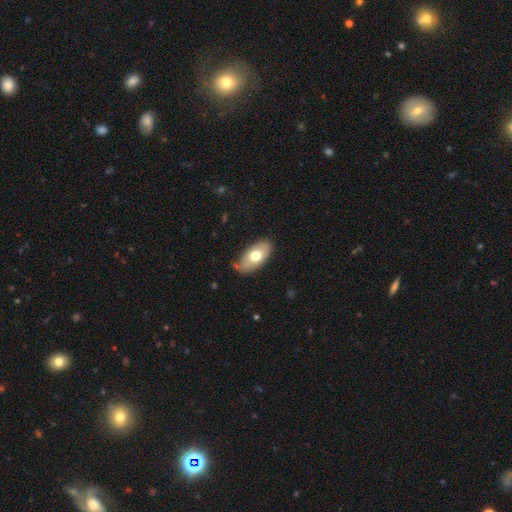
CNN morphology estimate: smooth-or-featured: smooth: 69% | featured or disk: 24% | star or artifact: 7%
  how-rounded: in between: 93% | round: 4% | cigar-shaped: 4%
  merging: none: 70% | minor disturbance: 23% | major disturbance: 5% | merger: 2%